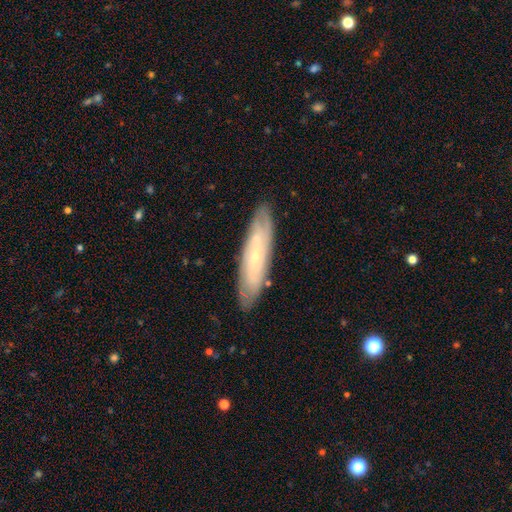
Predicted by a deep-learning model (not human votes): Q: Smooth or featured?
A: featured or disk (62%); runner-up: smooth (31%)
Q: Edge-on disk?
A: no (65%); runner-up: yes (35%)
Q: Merging?
A: none (86%); runner-up: minor disturbance (11%)